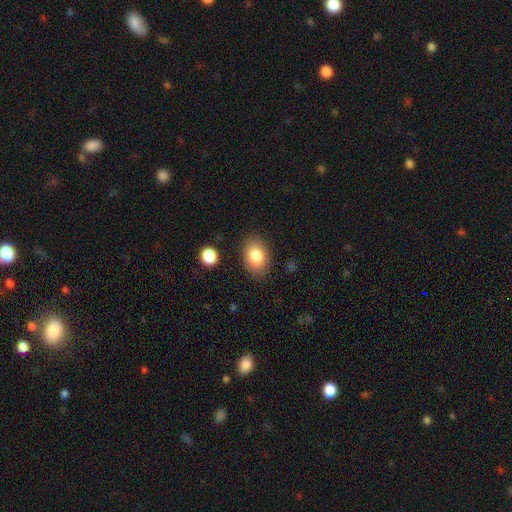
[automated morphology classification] The model was most divided on "how rounded": in between: 77%, round: 22%, cigar-shaped: 1%. More confident: merging — none (84%); smooth or featured — smooth (82%).